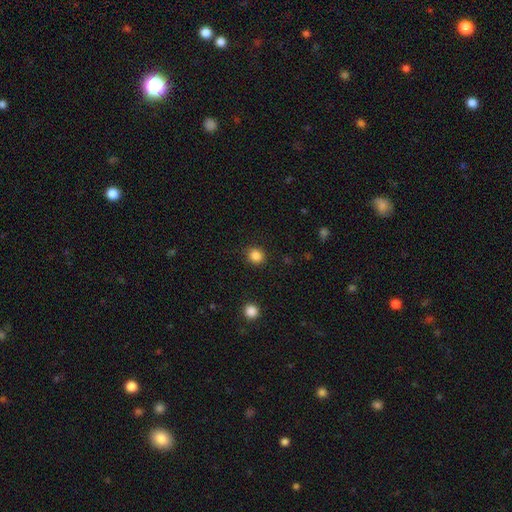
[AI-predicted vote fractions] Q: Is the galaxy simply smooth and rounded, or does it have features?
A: smooth — 85%.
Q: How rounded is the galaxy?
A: round — 85%.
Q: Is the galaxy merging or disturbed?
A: none — 89%.